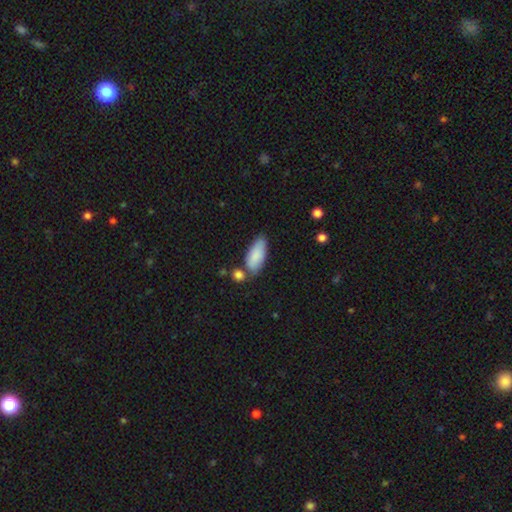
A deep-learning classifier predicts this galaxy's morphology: A smooth galaxy with no disk features (85%) that is in between round and cigar-shaped (79%). Merging: none (61%).